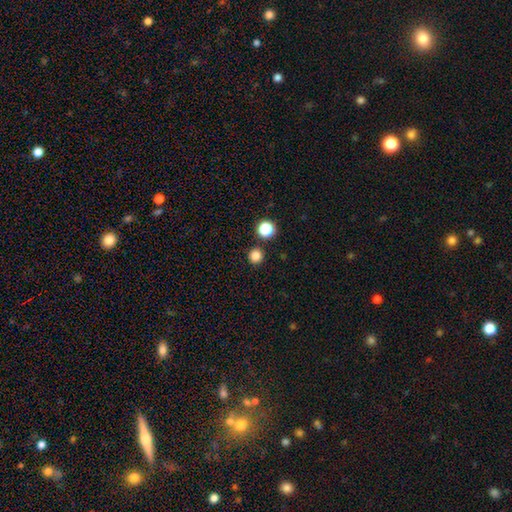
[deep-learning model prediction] A smooth galaxy with no disk features (82%) that is round (95%). Merging: none (90%).